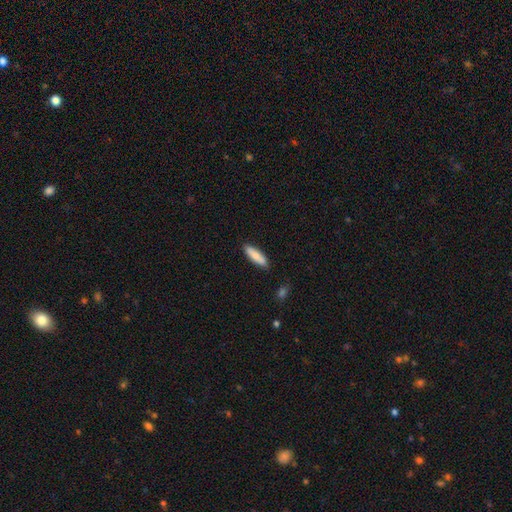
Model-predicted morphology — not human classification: Overall: smooth (78%). How rounded: cigar-shaped (59%; in between 39%). Merging: none (87%).